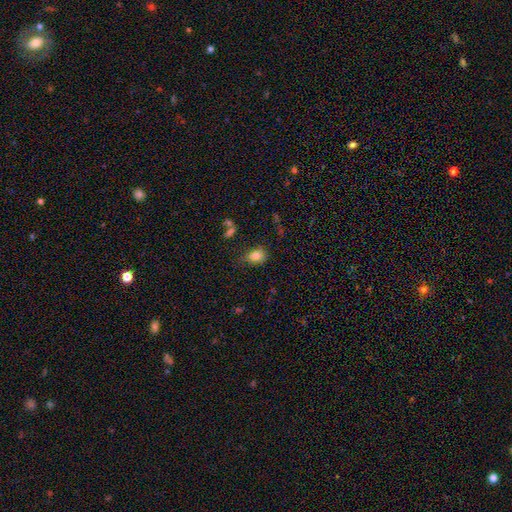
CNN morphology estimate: Q: Smooth or featured?
A: smooth (82%); runner-up: star or artifact (11%)
Q: How rounded?
A: in between (67%); runner-up: round (31%)
Q: Merging?
A: none (69%); runner-up: minor disturbance (22%)